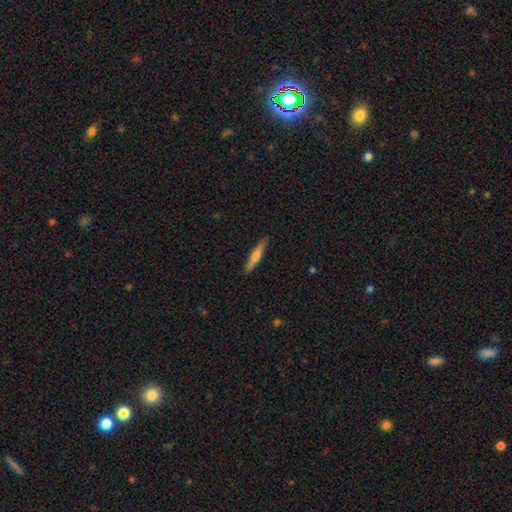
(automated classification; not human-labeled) Morphology: type=smooth (50%); merging=none (90%).